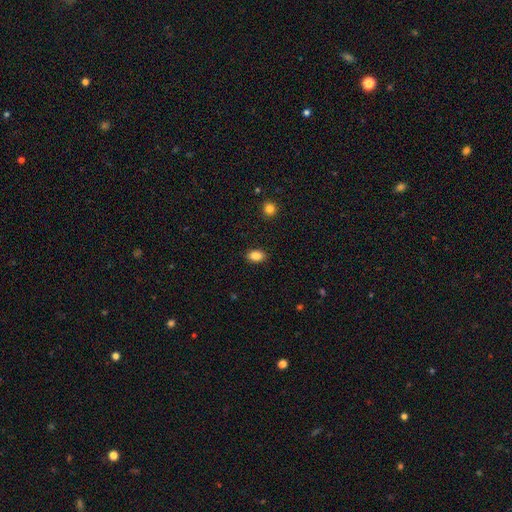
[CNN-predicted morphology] Smooth or featured? Predicted: smooth (p=0.87). How rounded? Predicted: in between (p=0.86). Merging? Predicted: none (p=0.89).